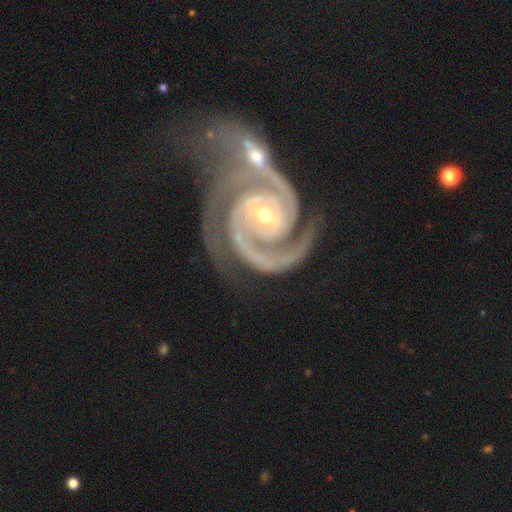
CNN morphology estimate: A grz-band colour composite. It shows a featured or disk galaxy (94%) with a weak bar (35%, tied with no), 2 (83%) tight (69%) spiral arms (99%) and a small central bulge (49%). Merging: merger (47%).